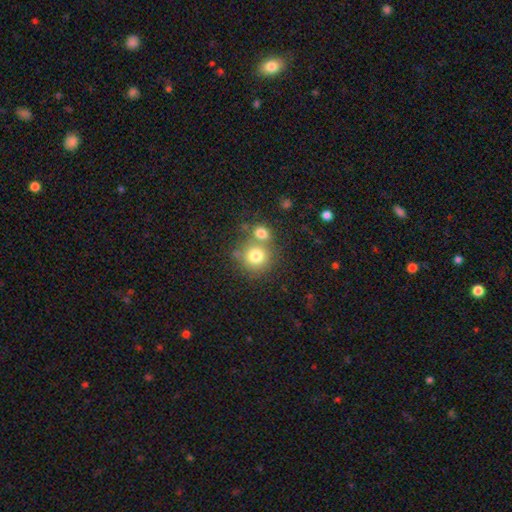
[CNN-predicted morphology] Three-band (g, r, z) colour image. It shows a smooth galaxy with no disk features (76%) that is round (88%). Merging: none (51%).